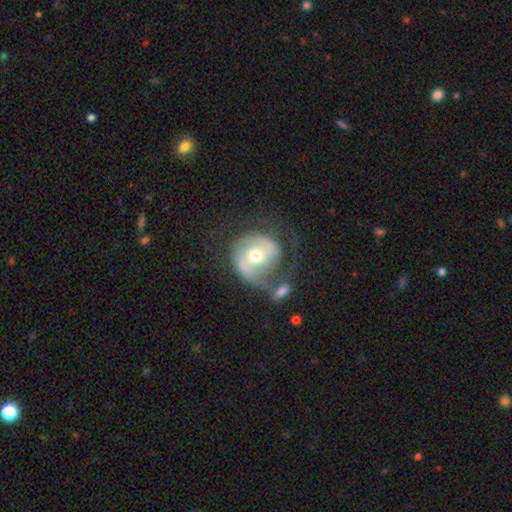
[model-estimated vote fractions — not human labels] featured or disk 67%, smooth 27%, star or artifact 6%. Down the decision tree: edge-on disk — no (97%); bar — no (53%); spiral arms — yes (75%); bulge size — moderate (74%); merging — none (35%).